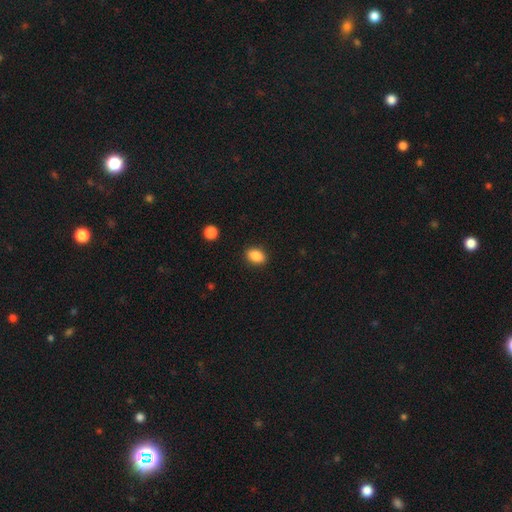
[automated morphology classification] Overall: smooth (88%). How rounded: in between (82%). Merging: none (89%).